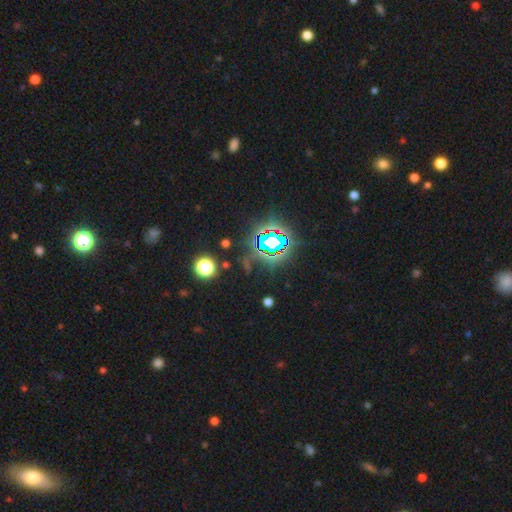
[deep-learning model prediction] smooth_or_featured: star or artifact (p=0.83) [alt: smooth p=0.10]